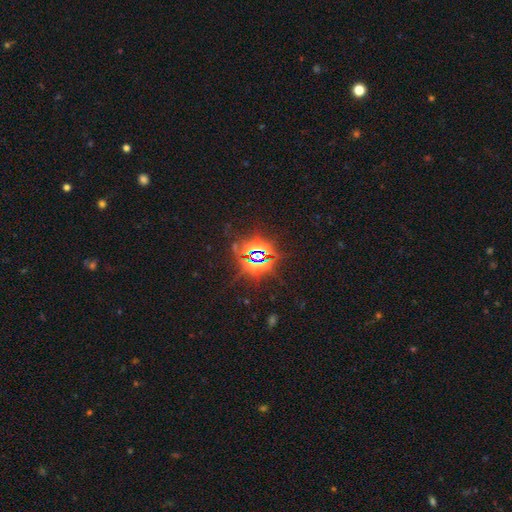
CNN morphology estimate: The model was most divided on "smooth or featured": star or artifact: 83%, smooth: 9%, featured or disk: 7%.